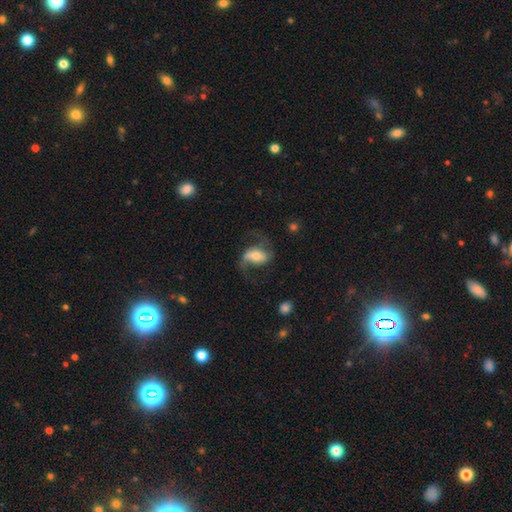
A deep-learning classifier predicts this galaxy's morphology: A featured or disk galaxy (74%) with a weak bar (37%), 2 (86%) loose (60%) spiral arms (93%) and a moderate central bulge (52%). Merging: none (60%).